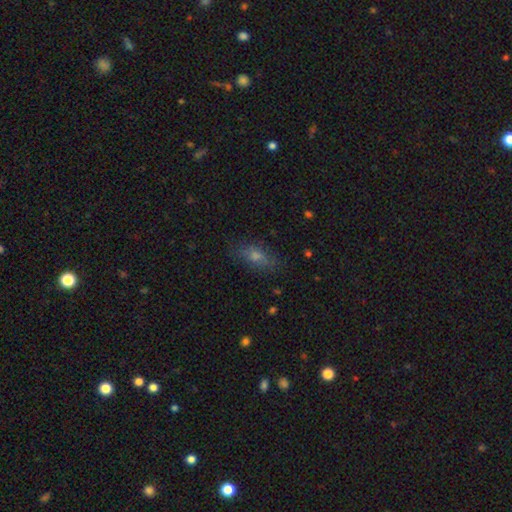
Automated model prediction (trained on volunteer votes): Overall: smooth (58%; featured or disk 24%). How rounded: in between (70%). Merging: none (79%).